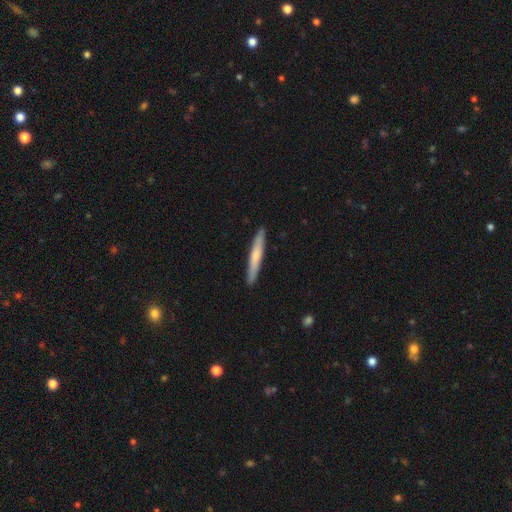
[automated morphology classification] The model was most divided on "smooth or featured": smooth: 59%, featured or disk: 36%, star or artifact: 5%. More confident: how rounded — cigar-shaped (96%); merging — none (91%).